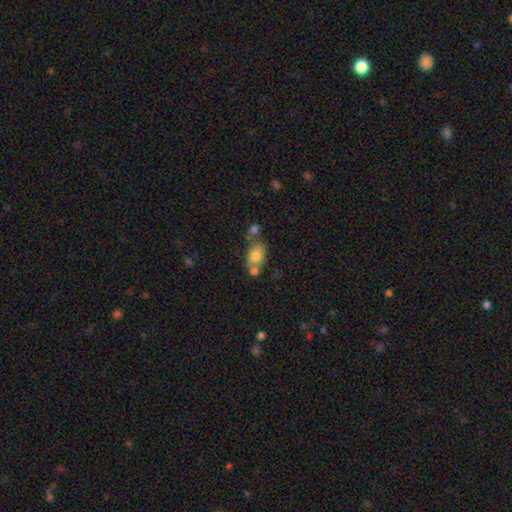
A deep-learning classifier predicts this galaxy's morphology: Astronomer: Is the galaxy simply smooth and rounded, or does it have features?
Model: smooth — 76%.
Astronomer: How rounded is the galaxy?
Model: in between — 74%.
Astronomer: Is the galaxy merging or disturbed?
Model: none — 44% (runner-up: merger, 34%).